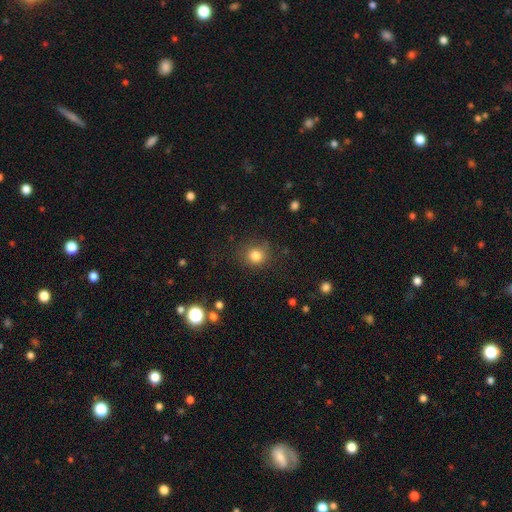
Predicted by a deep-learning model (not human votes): Morphology: type=smooth (82%); roundness=round (84%); merging=none (77%).